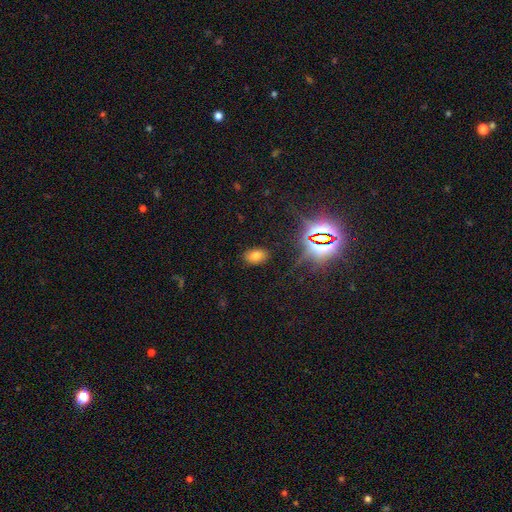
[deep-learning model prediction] smooth_or_featured: smooth (p=0.65) [alt: star or artifact p=0.26]
how_rounded: in between (p=0.89) [alt: round p=0.09]
merging: none (p=0.86) [alt: minor disturbance p=0.10]